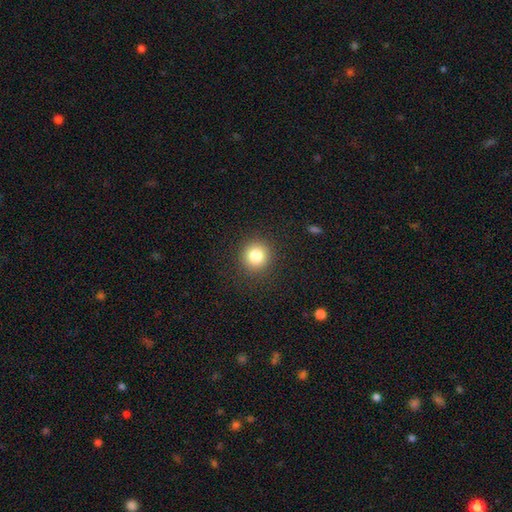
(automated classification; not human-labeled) smooth-or-featured: smooth: 82% | star or artifact: 11% | featured or disk: 7%
  how-rounded: round: 93% | in between: 6% | cigar-shaped: 1%
  merging: none: 90% | minor disturbance: 6% | major disturbance: 3% | merger: 1%